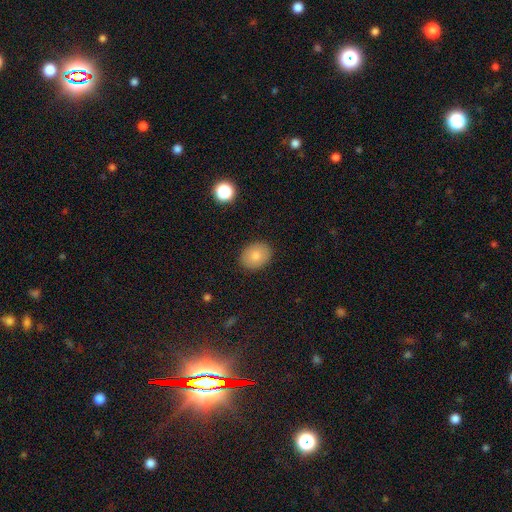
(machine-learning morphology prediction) A smooth galaxy with no disk features (81%) that is in between round and cigar-shaped (61%).

Vote fractions:
- Smooth or featured? smooth: 81% / featured or disk: 10% / star or artifact: 8%
- How rounded? in between: 61% / round: 38% / cigar-shaped: 1%
- Merging? none: 89% / minor disturbance: 8% / major disturbance: 2% / merger: 1%